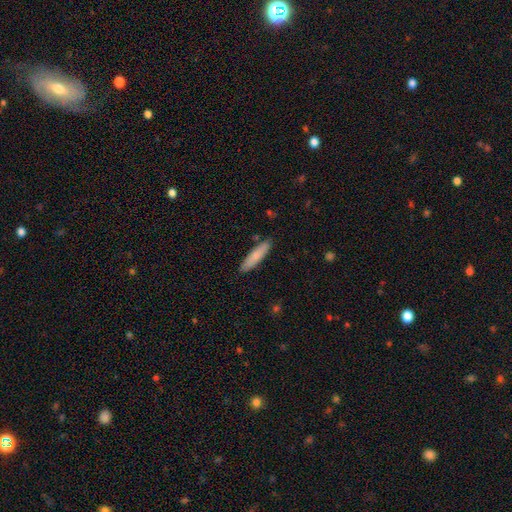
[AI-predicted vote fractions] smooth-or-featured: smooth: 79% | featured or disk: 15% | star or artifact: 6%
  how-rounded: cigar-shaped: 80% | in between: 18% | round: 1%
  merging: none: 87% | minor disturbance: 10% | merger: 2% | major disturbance: 2%